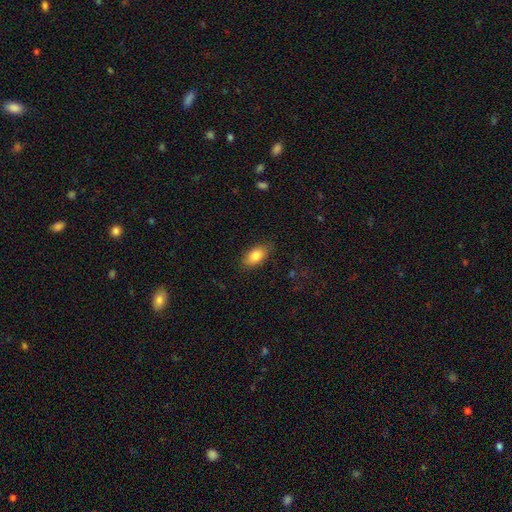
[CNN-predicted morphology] smooth-or-featured: smooth: 82% | featured or disk: 11% | star or artifact: 7%
  how-rounded: in between: 90% | cigar-shaped: 5% | round: 5%
  merging: none: 82% | minor disturbance: 13% | major disturbance: 3% | merger: 1%